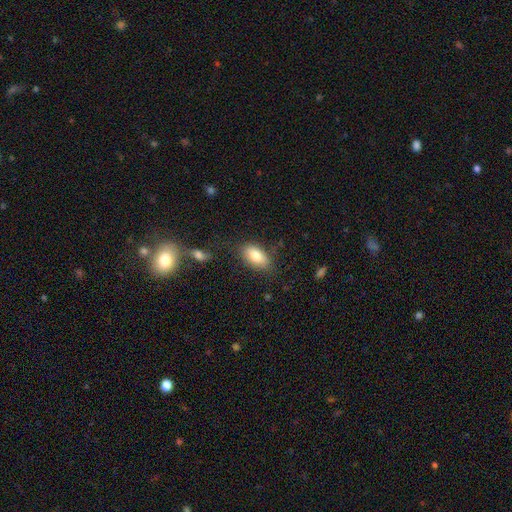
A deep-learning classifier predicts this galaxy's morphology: This appears to be a smooth galaxy with no disk features (80%) that is in between round and cigar-shaped (91%). Merging: none (77%).